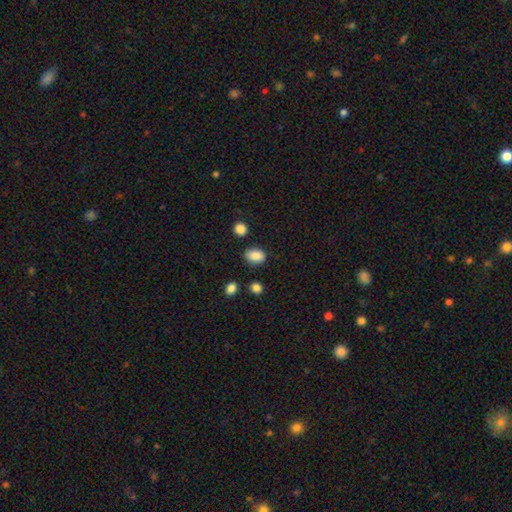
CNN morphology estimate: Overall: smooth (87%). How rounded: in between (76%). Merging: none (78%).